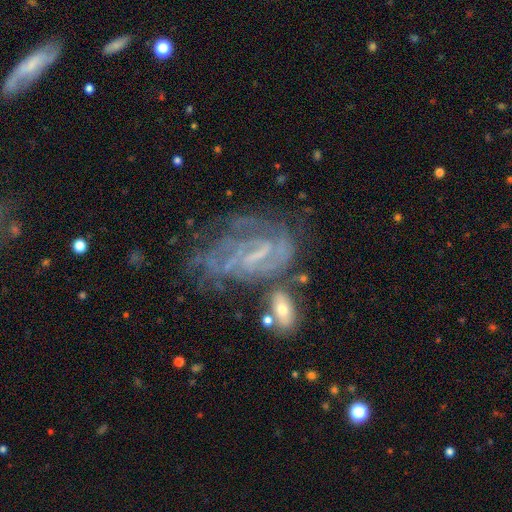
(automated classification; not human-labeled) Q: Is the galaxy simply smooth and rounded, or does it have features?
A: featured or disk — 75%.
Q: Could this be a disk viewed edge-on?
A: no — 95%.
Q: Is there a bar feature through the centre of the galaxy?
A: weak — 43%.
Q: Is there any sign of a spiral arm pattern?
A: yes — 72%.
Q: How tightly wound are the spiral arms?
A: tight — 50%.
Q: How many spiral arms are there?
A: can't tell — 55%.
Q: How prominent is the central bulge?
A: small — 40%, tied with none.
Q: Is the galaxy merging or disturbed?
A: none — 34%.